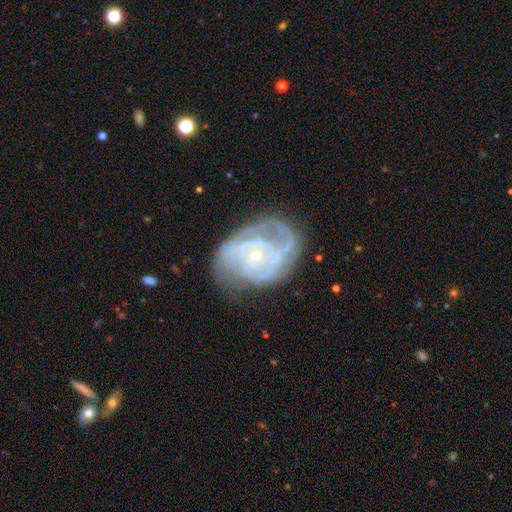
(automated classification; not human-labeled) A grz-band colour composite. It shows a featured or disk galaxy (84%) with no bar (72%), tight (54%) spiral arms (90%) and a small central bulge (81%). Merging: none (57%).